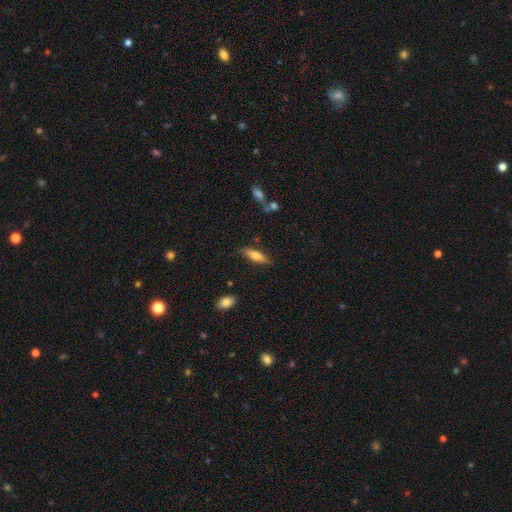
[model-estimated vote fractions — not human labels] smooth 66%, featured or disk 27%, star or artifact 6%. Down the decision tree: how rounded — cigar-shaped (61%); merging — none (81%).